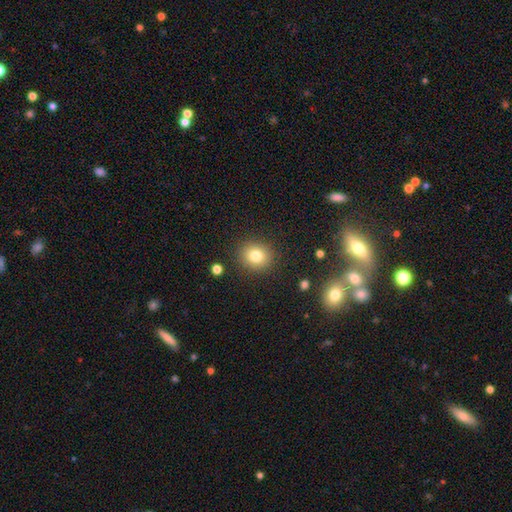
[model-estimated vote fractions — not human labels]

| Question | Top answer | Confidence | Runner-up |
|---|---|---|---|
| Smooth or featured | smooth | 79% | star or artifact (12%) |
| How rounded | round | 80% | in between (19%) |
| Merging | none | 88% | minor disturbance (8%) |